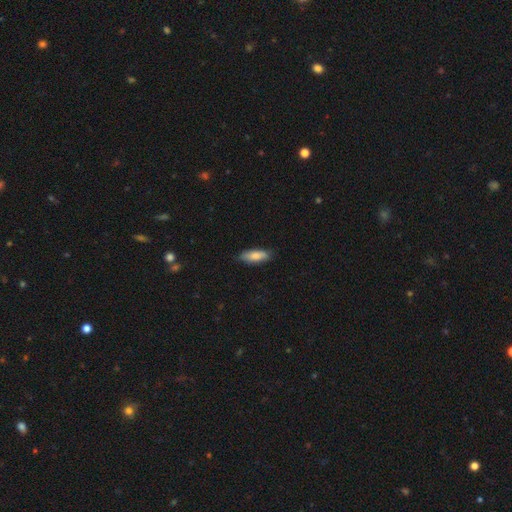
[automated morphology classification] This is clearly a smooth galaxy (81%). How rounded: likely in between (65%). Merging: clearly none (82%).